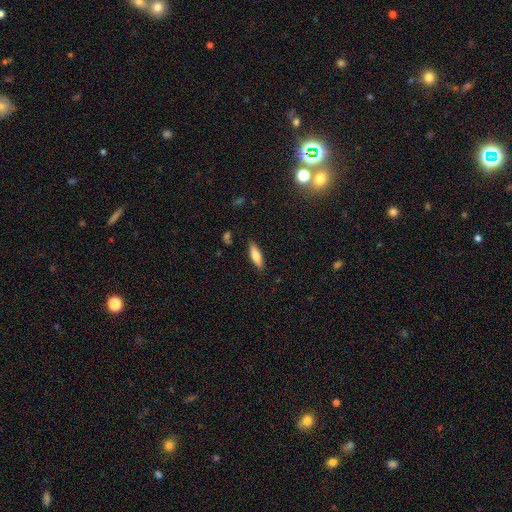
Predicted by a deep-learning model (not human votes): smooth-or-featured: smooth: 74% | featured or disk: 20% | star or artifact: 6%
  how-rounded: cigar-shaped: 53% | in between: 46% | round: 2%
  merging: none: 87% | minor disturbance: 10% | major disturbance: 2% | merger: 1%